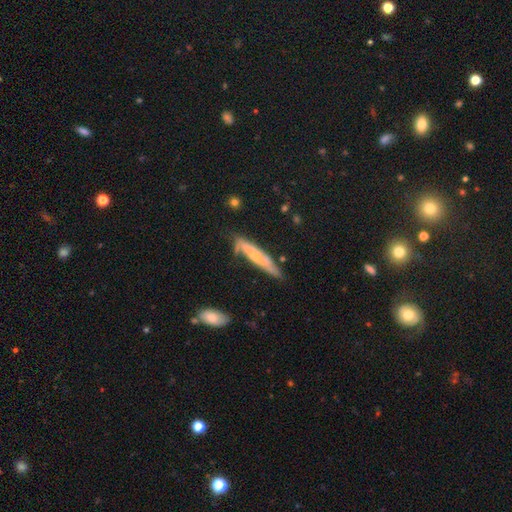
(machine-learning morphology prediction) Overall: featured or disk (55%; smooth 38%). Edge-on disk: yes (58%; no 42%). Merging: none (59%; minor disturbance 28%).